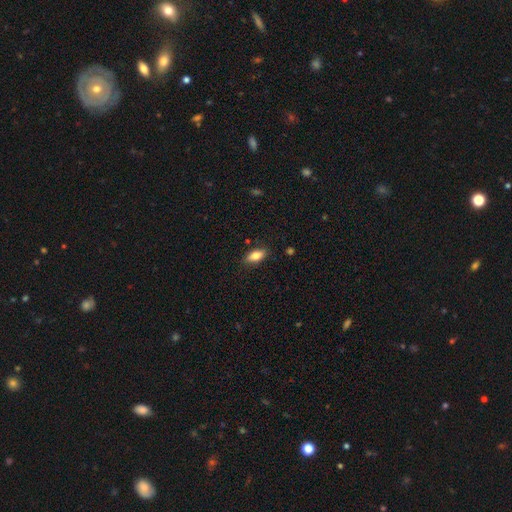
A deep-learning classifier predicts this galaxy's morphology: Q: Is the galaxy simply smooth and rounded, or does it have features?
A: smooth — 81%.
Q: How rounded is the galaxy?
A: in between — 83%.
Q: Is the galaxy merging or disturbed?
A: none — 85%.